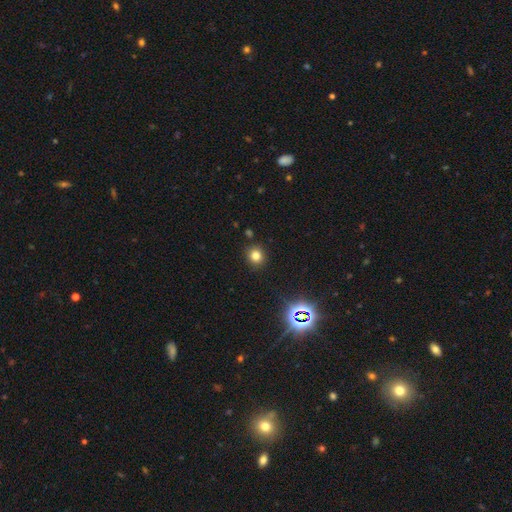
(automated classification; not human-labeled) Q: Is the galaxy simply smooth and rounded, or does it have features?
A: smooth — 78%.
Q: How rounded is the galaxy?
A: round — 86%.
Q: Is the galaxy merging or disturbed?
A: none — 88%.